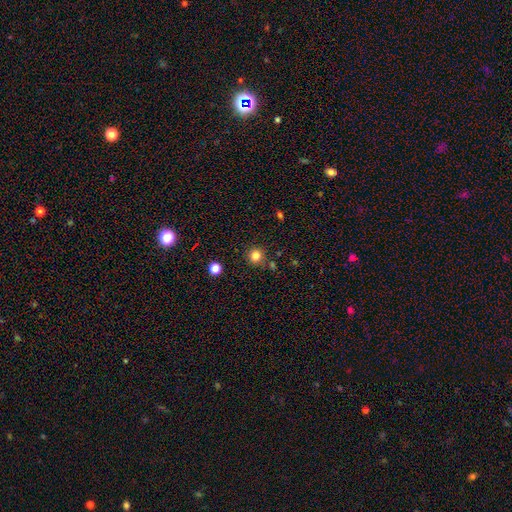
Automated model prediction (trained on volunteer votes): smooth 81%, star or artifact 13%, featured or disk 5%. Down the decision tree: how rounded — round (93%); merging — none (86%).